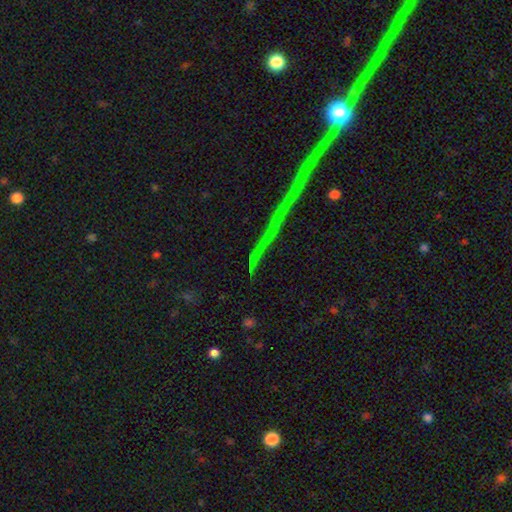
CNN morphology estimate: Smooth or featured? star or artifact (73%)